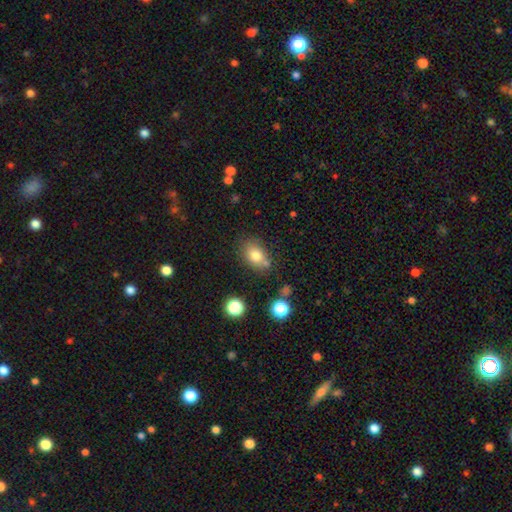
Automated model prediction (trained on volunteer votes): A smooth galaxy with no disk features (79%) that is in between round and cigar-shaped (72%). Merging: none (65%).